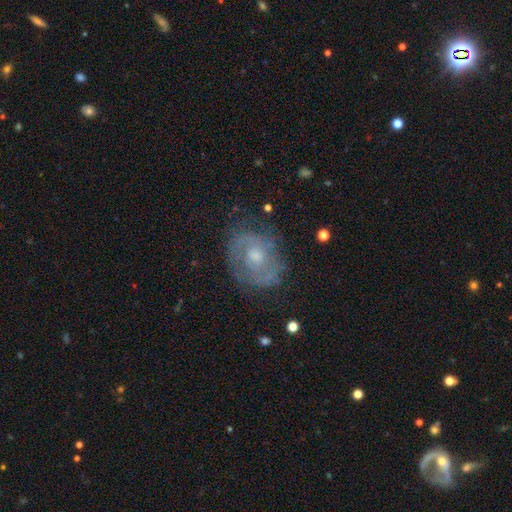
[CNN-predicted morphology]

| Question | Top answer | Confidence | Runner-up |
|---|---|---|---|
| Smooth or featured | featured or disk | 69% | smooth (22%) |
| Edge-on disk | no | 97% | yes (3%) |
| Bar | no | 71% | weak (25%) |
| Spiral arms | yes | 76% | no (24%) |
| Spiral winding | tight | 47% | medium (38%) |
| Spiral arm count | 2 | 54% | can't tell (29%) |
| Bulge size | moderate | 61% | small (27%) |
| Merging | none | 70% | minor disturbance (19%) |